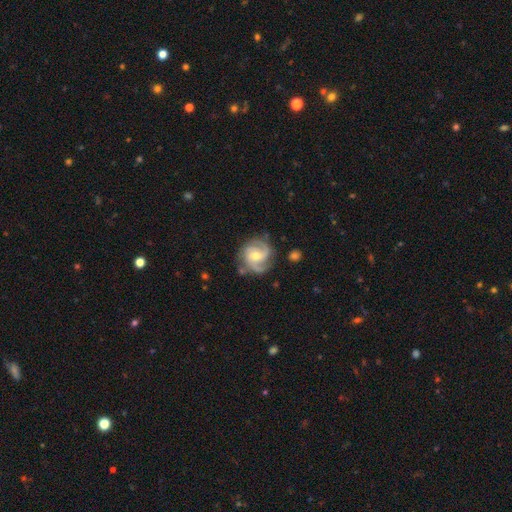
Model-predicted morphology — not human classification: featured or disk 86%, smooth 9%, star or artifact 5%. Down the decision tree: edge-on disk — no (98%); bar — no (50%); spiral arms — yes (97%); spiral arm count — 2 (42%); spiral winding — medium (47%); bulge size — moderate (64%); merging — none (72%).